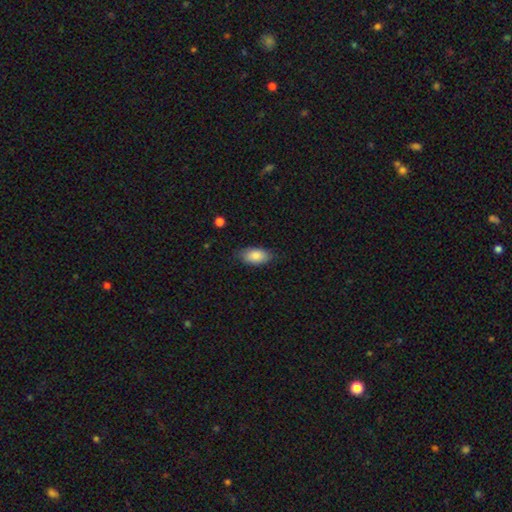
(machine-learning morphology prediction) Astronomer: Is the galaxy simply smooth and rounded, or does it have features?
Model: smooth — 86%.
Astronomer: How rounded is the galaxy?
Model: in between — 92%.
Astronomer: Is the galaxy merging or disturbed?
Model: none — 79%.